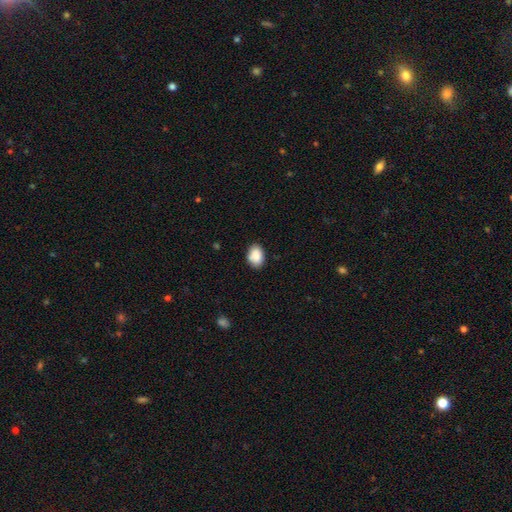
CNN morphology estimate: This is clearly a smooth galaxy (87%). How rounded: clearly in between (81%). Merging: clearly none (82%).